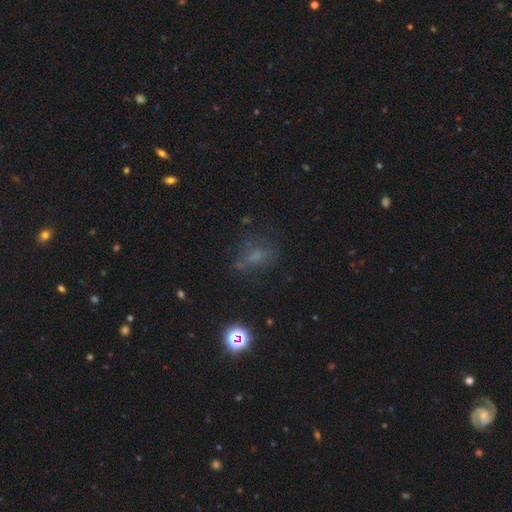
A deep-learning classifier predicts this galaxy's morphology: smooth_or_featured: smooth (p=0.46) [alt: star or artifact p=0.30]
merging: none (p=0.53) [alt: minor disturbance p=0.22]